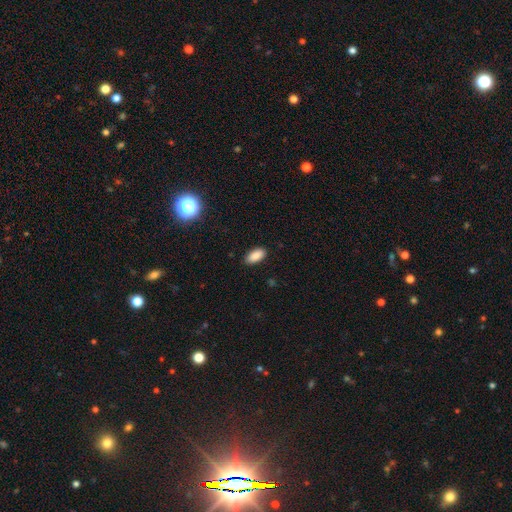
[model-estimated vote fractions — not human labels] Smooth or featured?
  - smooth: 87% *
  - star or artifact: 8%
  - featured or disk: 4%
How rounded?
  - in between: 91% *
  - cigar-shaped: 6%
  - round: 3%
Merging?
  - none: 87% *
  - minor disturbance: 10%
  - major disturbance: 2%
  - merger: 1%